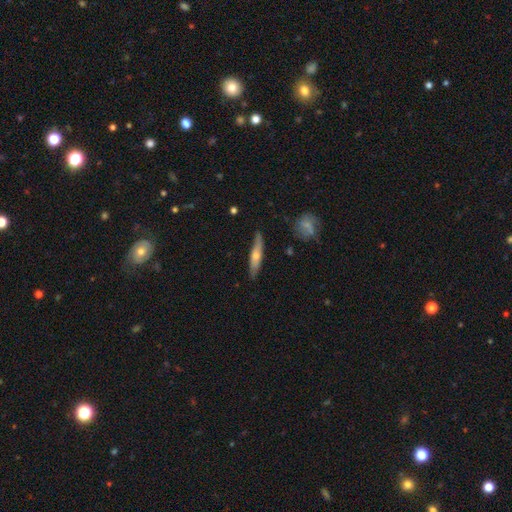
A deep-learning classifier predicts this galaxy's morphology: smooth-or-featured: smooth: 47% (tied) | featured or disk: 47% (tied) | star or artifact: 6%
  merging: none: 83% | minor disturbance: 13% | major disturbance: 2% | merger: 2%